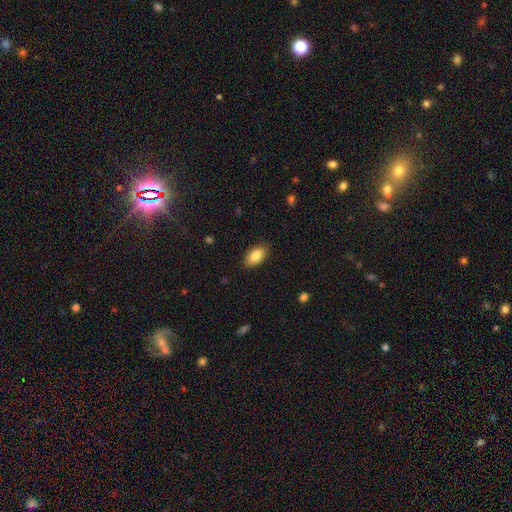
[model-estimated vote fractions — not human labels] smooth-or-featured: smooth: 86% | featured or disk: 7% | star or artifact: 7%
  how-rounded: in between: 93% | round: 4% | cigar-shaped: 3%
  merging: none: 87% | minor disturbance: 10% | major disturbance: 2% | merger: 1%